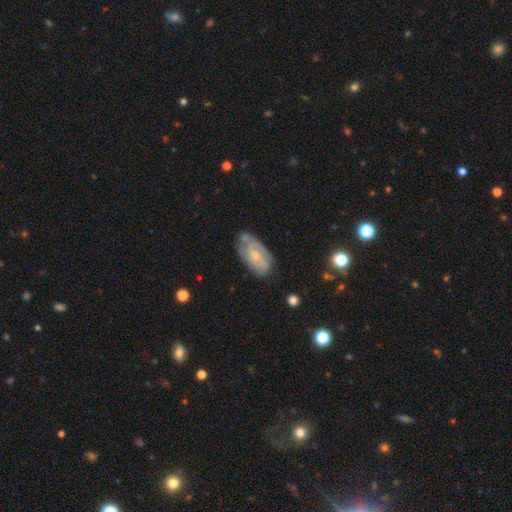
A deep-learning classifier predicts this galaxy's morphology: Smooth or featured? Predicted: featured or disk (p=0.60). Edge-on disk? Predicted: no (p=0.93). Bar? Predicted: no (p=0.67). Spiral arms? Predicted: yes (p=0.75). Bulge size? Predicted: small (p=0.59). Merging? Predicted: none (p=0.63).